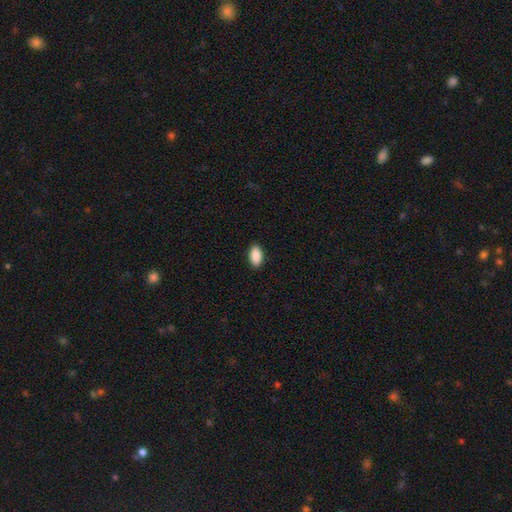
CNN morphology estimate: type=smooth (91%); roundness=in between (94%); merging=none (90%).